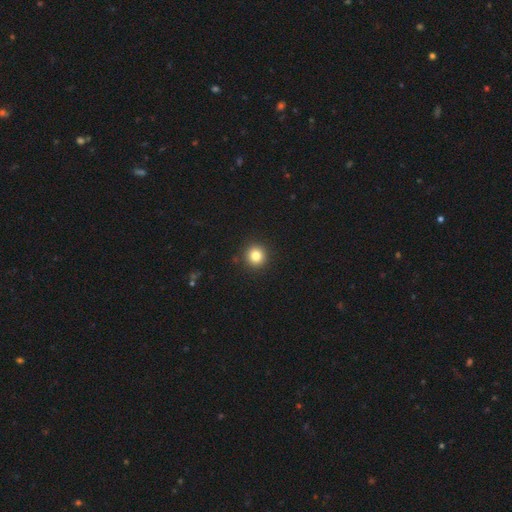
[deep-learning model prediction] Smooth or featured? Predicted: smooth (p=0.82). How rounded? Predicted: round (p=0.95). Merging? Predicted: none (p=0.92).